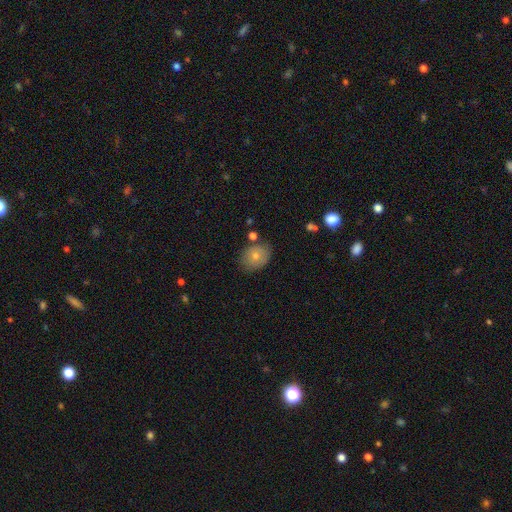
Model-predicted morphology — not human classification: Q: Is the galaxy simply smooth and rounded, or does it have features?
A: smooth — 69%.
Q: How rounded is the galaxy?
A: in between — 55%.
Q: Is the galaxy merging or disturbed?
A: none — 71%.